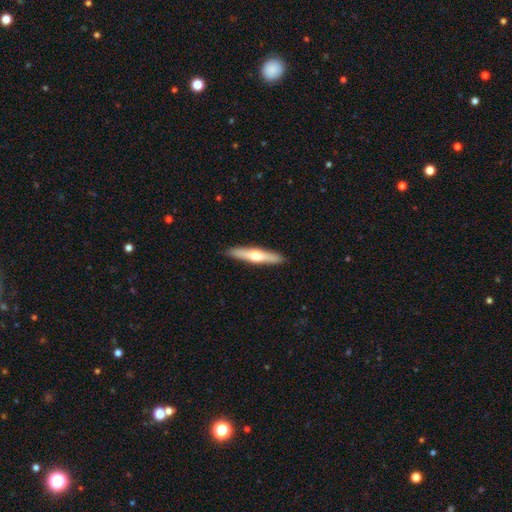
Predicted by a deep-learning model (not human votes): Smooth or featured: featured or disk — 51% (smooth — 44%)
Edge-on disk: yes — 94% (no — 6%)
Merging: none — 91% (minor disturbance — 7%)